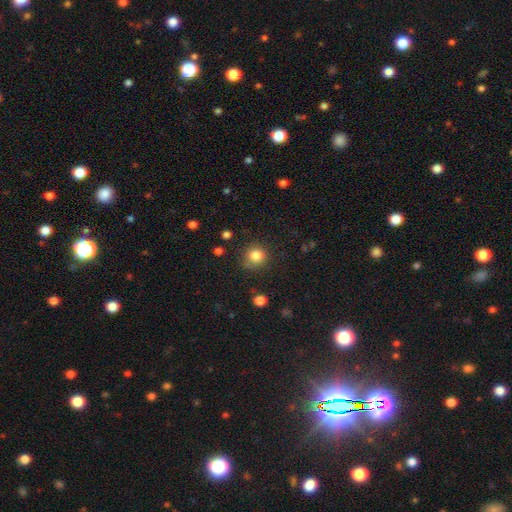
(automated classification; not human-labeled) Overall: smooth (83%). How rounded: round (91%). Merging: none (82%).